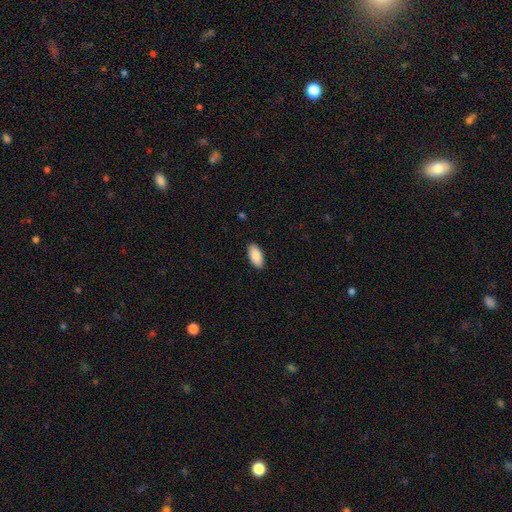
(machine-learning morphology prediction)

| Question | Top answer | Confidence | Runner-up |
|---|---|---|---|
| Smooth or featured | smooth | 89% | star or artifact (6%) |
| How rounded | in between | 93% | cigar-shaped (5%) |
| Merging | none | 89% | minor disturbance (8%) |